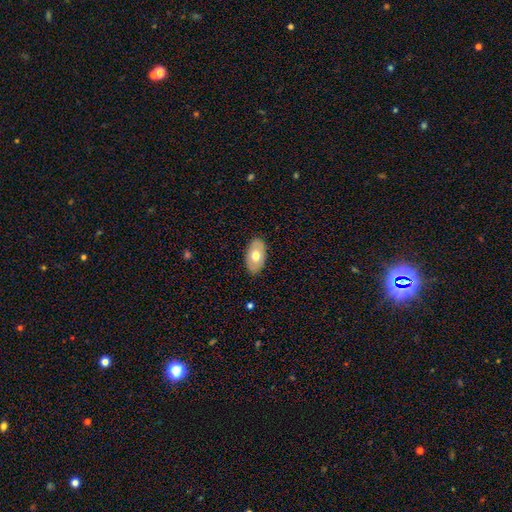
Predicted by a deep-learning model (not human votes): Overall: smooth (65%; featured or disk 29%). How rounded: in between (93%). Merging: none (87%).